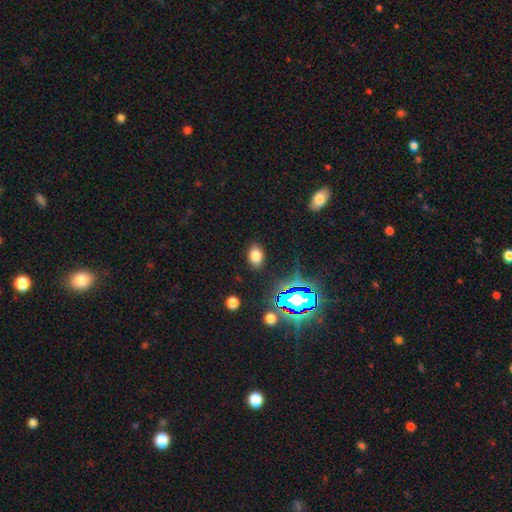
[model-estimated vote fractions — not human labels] Smooth or featured?
  - smooth: 73% *
  - star or artifact: 20%
  - featured or disk: 7%
How rounded?
  - in between: 81% *
  - round: 17%
  - cigar-shaped: 1%
Merging?
  - none: 84% *
  - minor disturbance: 10%
  - major disturbance: 3%
  - merger: 2%